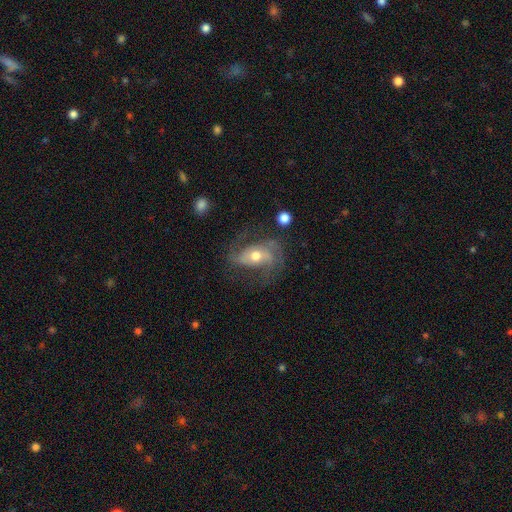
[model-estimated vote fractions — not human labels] Morphology: type=featured or disk (80%); edge-on=no (95%); bar=no (43%); spiral arms=yes (91%); winding=medium (46%); arm count=2 (69%); bulge=moderate (67%); merging=none (59%).